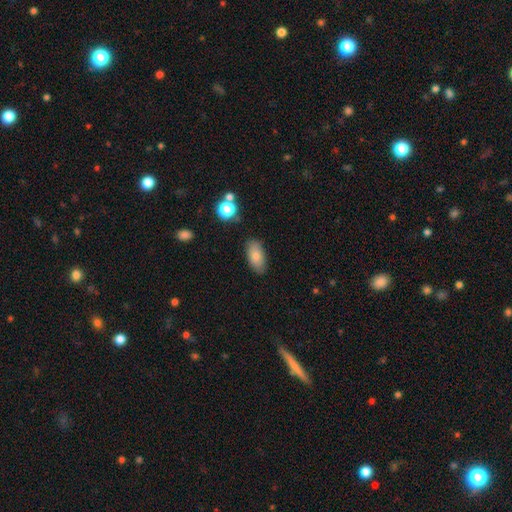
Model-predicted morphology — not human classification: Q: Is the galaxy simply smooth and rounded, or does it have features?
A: smooth — 79%.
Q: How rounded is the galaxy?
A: in between — 91%.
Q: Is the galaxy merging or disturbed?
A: none — 84%.